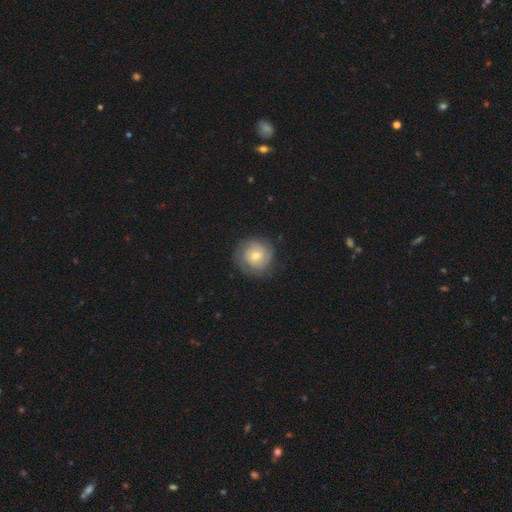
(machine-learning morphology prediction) This is possibly a featured or disk galaxy (48%). Merging: likely none (78%).